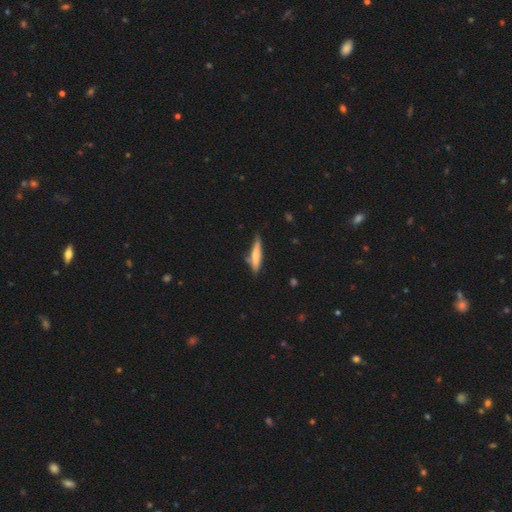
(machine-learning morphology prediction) Overall: smooth (66%; featured or disk 28%). How rounded: cigar-shaped (86%). Merging: none (70%).